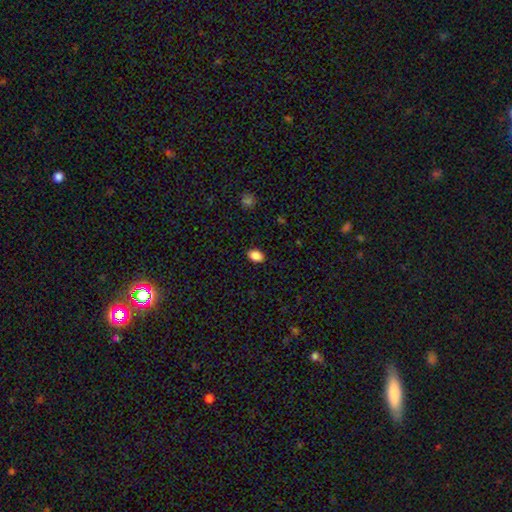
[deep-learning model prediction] Smooth or featured? smooth (87%)
How rounded? in between (83%)
Merging? none (89%)